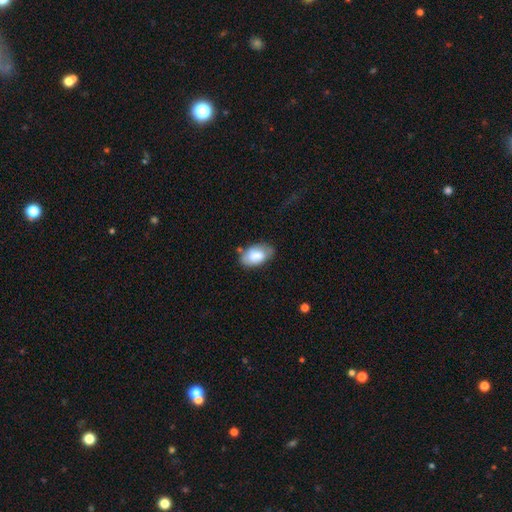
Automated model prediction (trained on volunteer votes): A smooth galaxy with no disk features (71%) that is in between round and cigar-shaped (93%). Merging: none (63%).